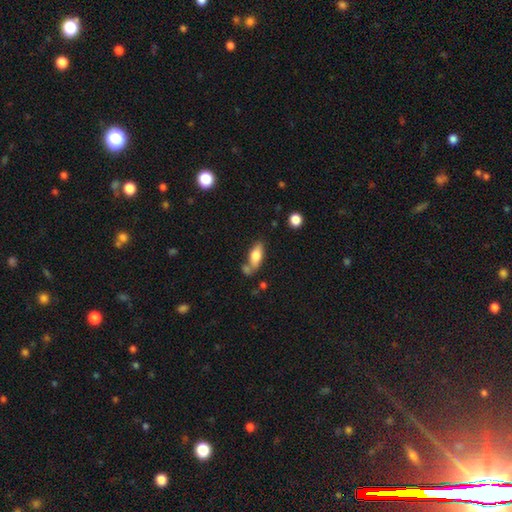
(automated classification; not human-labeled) Q: Smooth or featured?
A: smooth (74%); runner-up: featured or disk (19%)
Q: How rounded?
A: in between (78%); runner-up: cigar-shaped (19%)
Q: Merging?
A: none (54%); runner-up: merger (22%)